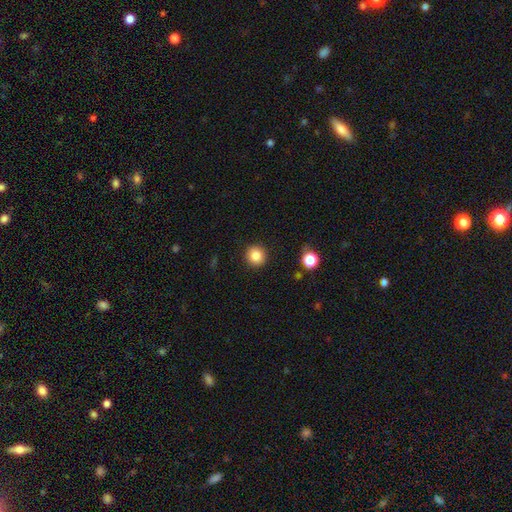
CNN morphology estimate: A smooth galaxy with no disk features (85%) that is round (93%). Merging: none (91%).